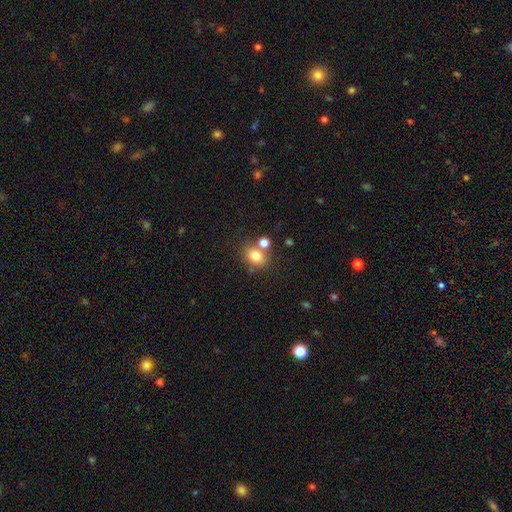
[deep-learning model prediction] Smooth or featured? smooth (79%)
How rounded? in between (51%)
Merging? none (59%)